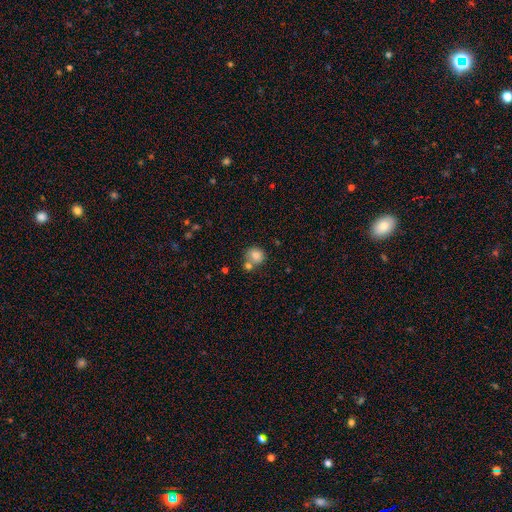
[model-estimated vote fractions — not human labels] The model was most divided on "merging": none: 54%, merger: 31%, minor disturbance: 11%, major disturbance: 4%. More confident: smooth or featured — smooth (80%); how rounded — round (80%).